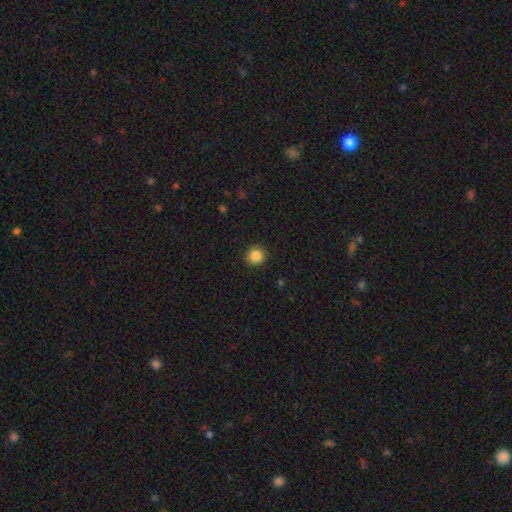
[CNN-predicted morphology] smooth-or-featured: smooth: 86% | star or artifact: 10% | featured or disk: 4%
  how-rounded: round: 90% | in between: 9% | cigar-shaped: 1%
  merging: none: 92% | minor disturbance: 5% | major disturbance: 2% | merger: 1%